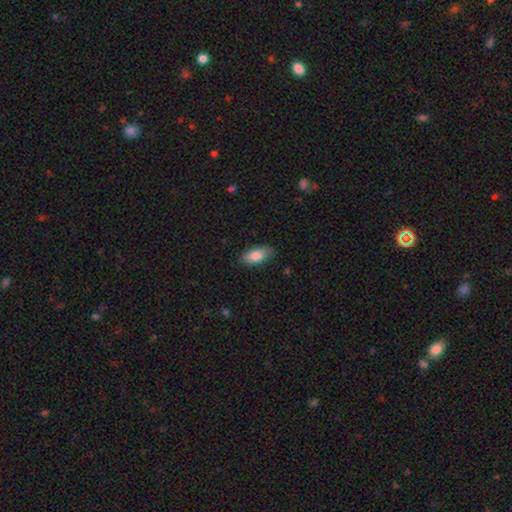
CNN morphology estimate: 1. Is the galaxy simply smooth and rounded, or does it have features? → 82% smooth, 12% featured or disk, 6% star or artifact.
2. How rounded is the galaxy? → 87% in between, 10% cigar-shaped, 3% round.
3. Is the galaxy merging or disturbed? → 84% none, 13% minor disturbance, 2% major disturbance, 1% merger.